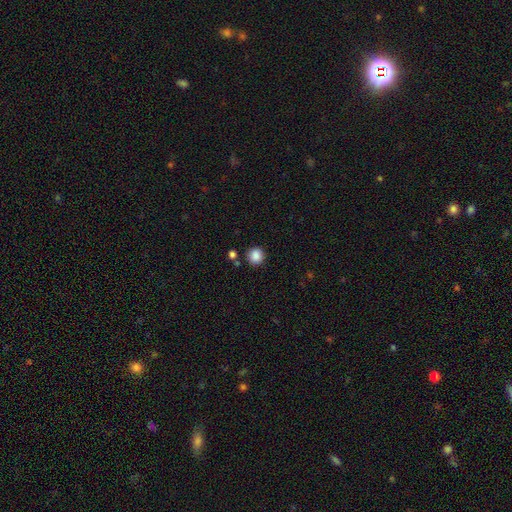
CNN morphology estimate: smooth_or_featured: smooth (p=0.87) [alt: star or artifact p=0.10]
how_rounded: round (p=0.90) [alt: in between p=0.09]
merging: none (p=0.85) [alt: minor disturbance p=0.08]